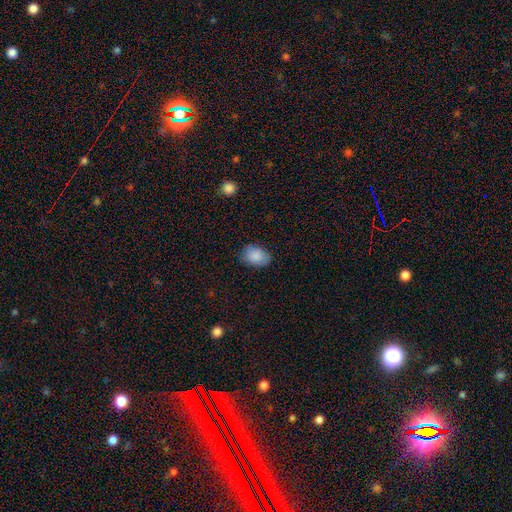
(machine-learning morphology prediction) The model was most divided on "how rounded": in between: 81%, round: 18%, cigar-shaped: 1%. More confident: smooth or featured — smooth (87%); merging — none (80%).